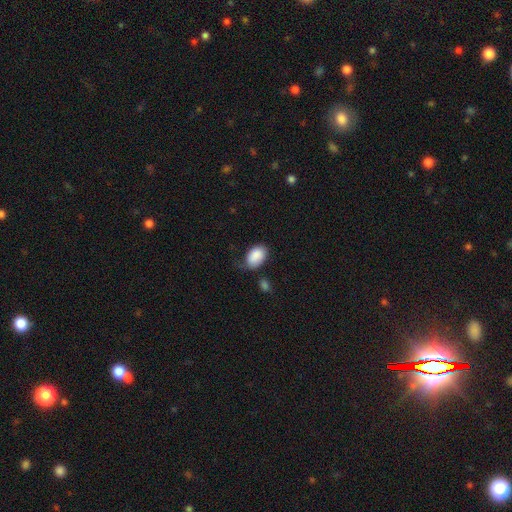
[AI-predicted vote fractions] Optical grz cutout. It shows a smooth galaxy with no disk features (88%) that is in between round and cigar-shaped (88%). Merging: none (57%).